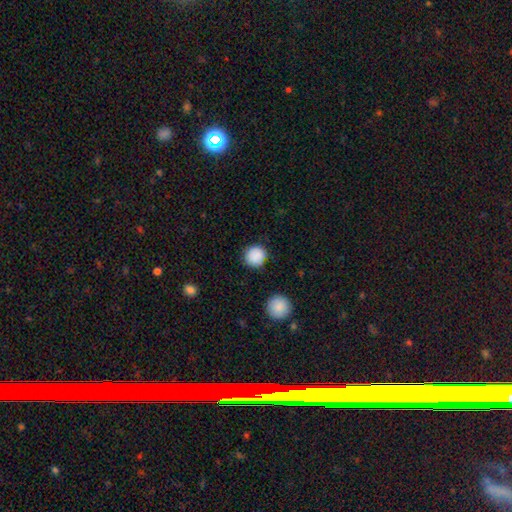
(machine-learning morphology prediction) Smooth or featured: smooth — 88% (star or artifact — 8%)
How rounded: round — 95% (in between — 4%)
Merging: none — 88% (minor disturbance — 7%)